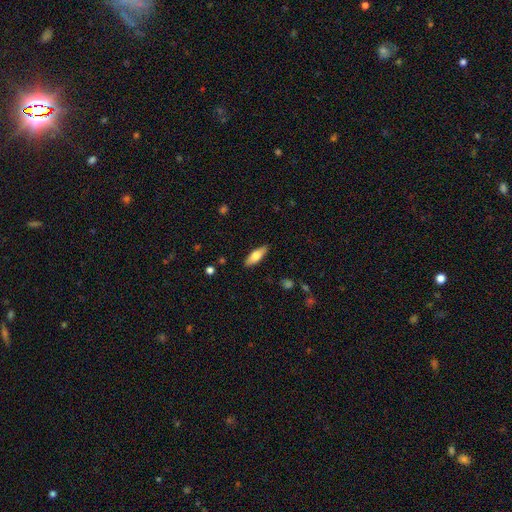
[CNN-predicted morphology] A smooth galaxy with no disk features (69%) that is in between round and cigar-shaped (61%).

Vote fractions:
- Smooth or featured? smooth: 69% / featured or disk: 25% / star or artifact: 6%
- How rounded? in between: 61% / cigar-shaped: 37% / round: 2%
- Merging? none: 88% / minor disturbance: 9% / major disturbance: 2% / merger: 1%